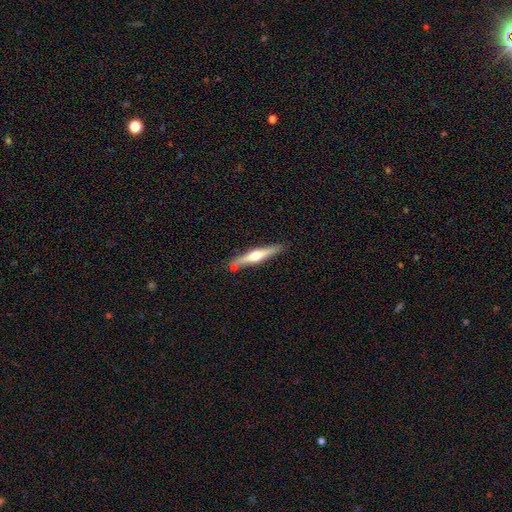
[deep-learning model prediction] smooth-or-featured: featured or disk: 63% | smooth: 32% | star or artifact: 5%
  disk-edge-on: yes: 96% | no: 4%
    edge-on-bulge: rounded: 93% | none: 4% | boxy: 3%
  merging: none: 82% | minor disturbance: 11% | merger: 5% | major disturbance: 2%